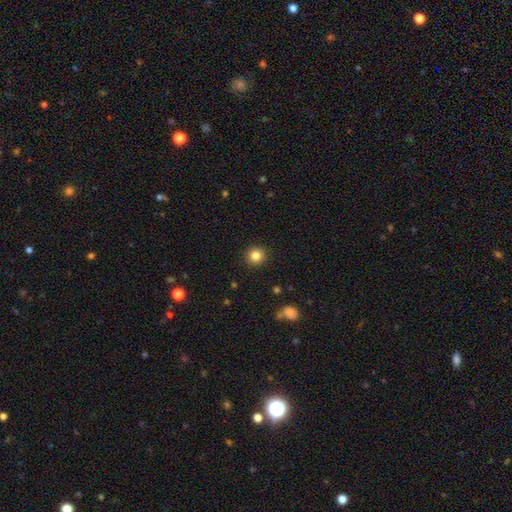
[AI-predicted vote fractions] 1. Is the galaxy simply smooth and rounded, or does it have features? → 84% smooth, 11% star or artifact, 5% featured or disk.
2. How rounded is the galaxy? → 94% round, 6% in between, 1% cigar-shaped.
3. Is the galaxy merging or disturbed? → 92% none, 5% minor disturbance, 2% major disturbance, 1% merger.